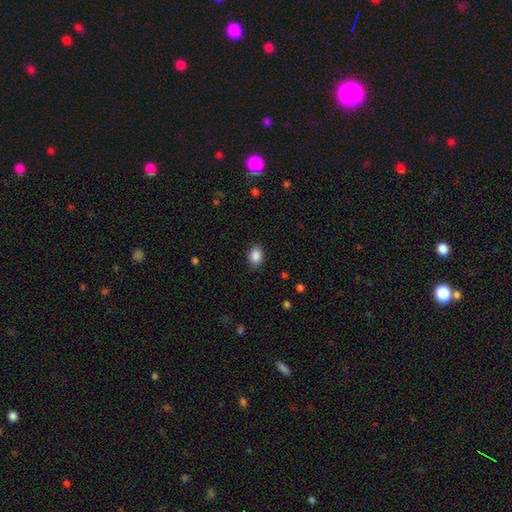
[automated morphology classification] Smooth or featured? Predicted: smooth (p=0.88). How rounded? Predicted: in between (p=0.68). Merging? Predicted: none (p=0.87).